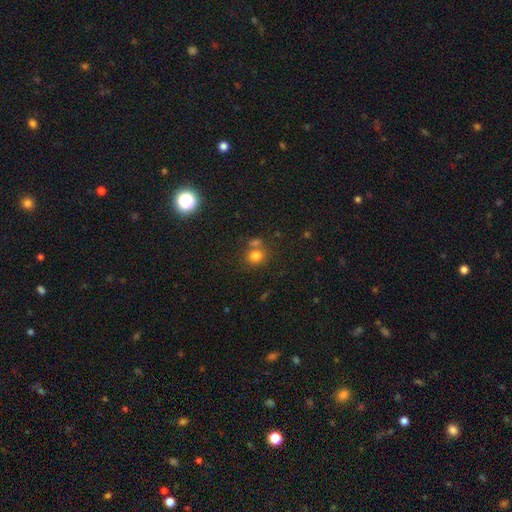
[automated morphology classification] smooth 76%, star or artifact 15%, featured or disk 8%. Down the decision tree: how rounded — round (75%); merging — none (57%).